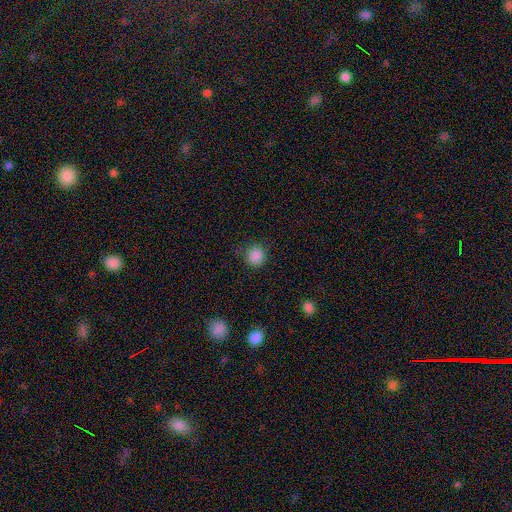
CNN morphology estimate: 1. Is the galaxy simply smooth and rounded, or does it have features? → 86% smooth, 11% star or artifact, 3% featured or disk.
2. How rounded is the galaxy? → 91% round, 8% in between, 1% cigar-shaped.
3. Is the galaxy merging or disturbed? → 84% none, 11% minor disturbance, 3% major disturbance, 1% merger.